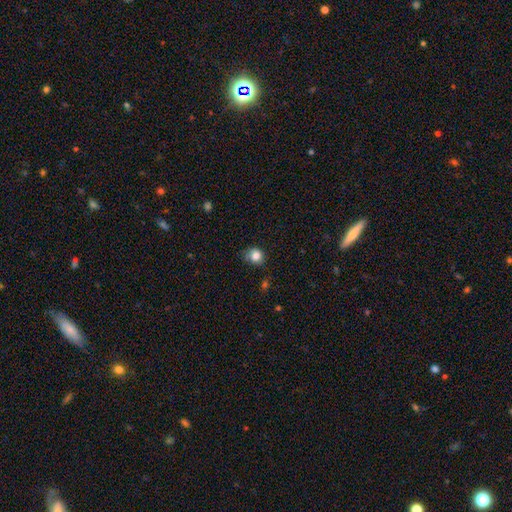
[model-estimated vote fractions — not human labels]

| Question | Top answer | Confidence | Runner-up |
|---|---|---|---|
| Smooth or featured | smooth | 82% | star or artifact (10%) |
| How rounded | round | 72% | in between (28%) |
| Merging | none | 65% | minor disturbance (27%) |